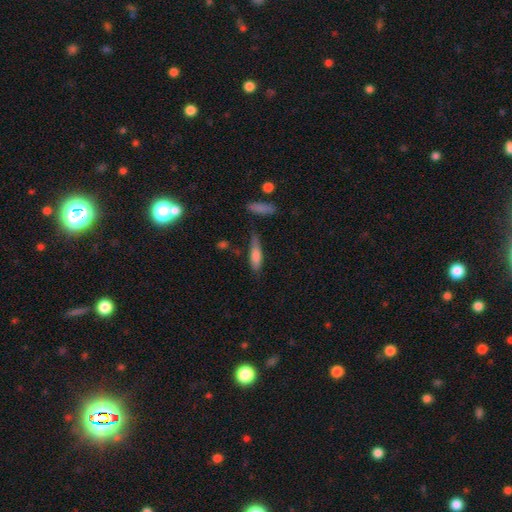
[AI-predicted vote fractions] smooth_or_featured: smooth (p=0.75) [alt: featured or disk p=0.17]
how_rounded: cigar-shaped (p=0.61) [alt: in between p=0.37]
merging: none (p=0.58) [alt: minor disturbance p=0.26]